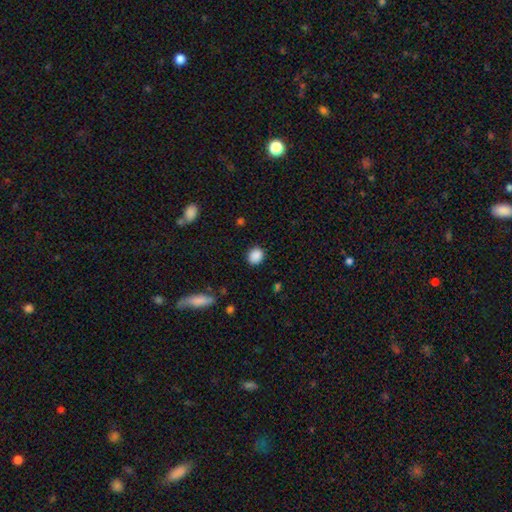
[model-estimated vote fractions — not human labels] Smooth or featured?
  - smooth: 88% *
  - star or artifact: 9%
  - featured or disk: 3%
How rounded?
  - round: 66% *
  - in between: 33%
  - cigar-shaped: 1%
Merging?
  - none: 86% *
  - minor disturbance: 10%
  - major disturbance: 3%
  - merger: 1%